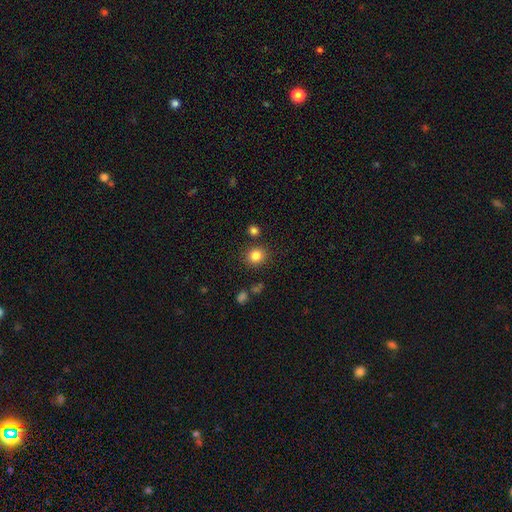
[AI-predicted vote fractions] smooth 84%, star or artifact 11%, featured or disk 5%. Down the decision tree: how rounded — round (84%); merging — none (85%).